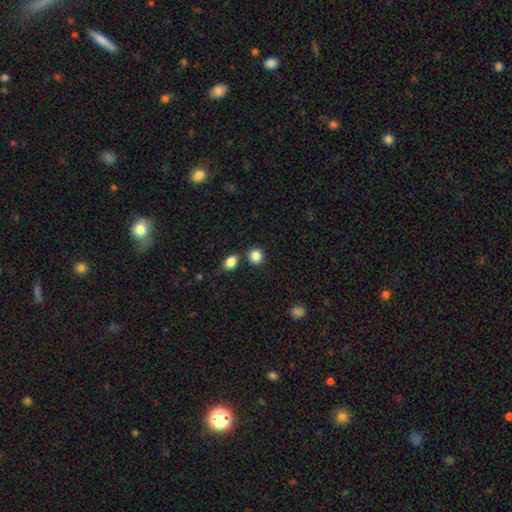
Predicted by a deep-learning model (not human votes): smooth-or-featured: smooth: 86% | star or artifact: 10% | featured or disk: 4%
  how-rounded: round: 81% | in between: 18% | cigar-shaped: 1%
  merging: none: 74% | merger: 13% | minor disturbance: 10% | major disturbance: 3%